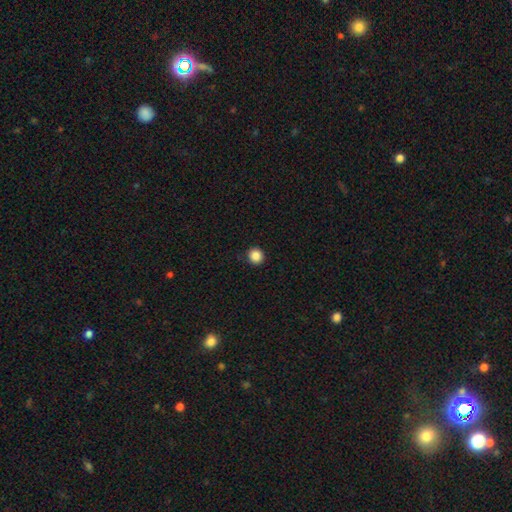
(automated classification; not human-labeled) Smooth or featured? smooth (87%)
How rounded? round (94%)
Merging? none (91%)